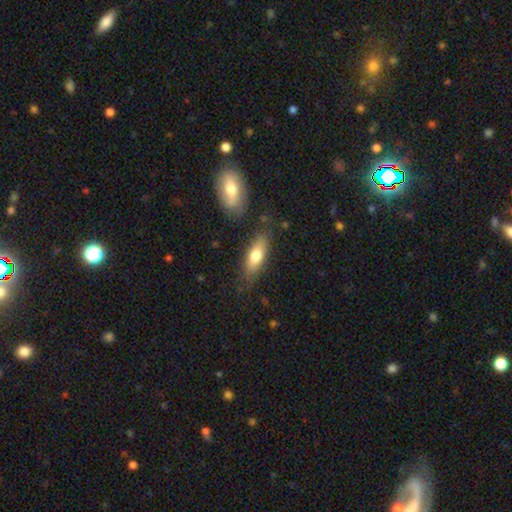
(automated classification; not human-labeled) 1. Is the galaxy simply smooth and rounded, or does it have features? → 71% smooth, 22% featured or disk, 6% star or artifact.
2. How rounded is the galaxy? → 64% in between, 33% cigar-shaped, 3% round.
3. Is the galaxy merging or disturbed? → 77% none, 15% minor disturbance, 4% major disturbance, 4% merger.